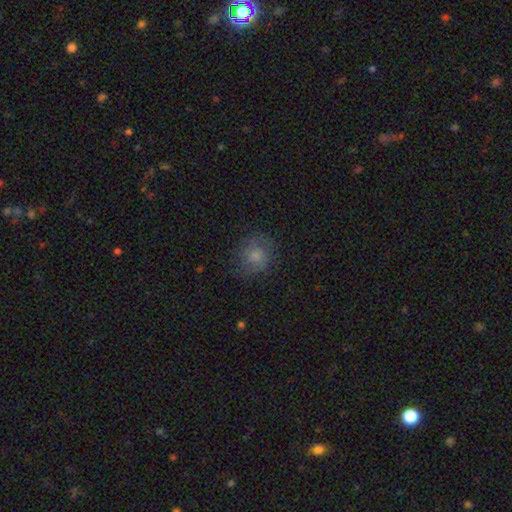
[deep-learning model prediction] A smooth galaxy with no disk features (74%) that is round (82%).

Vote fractions:
- Smooth or featured? smooth: 74% / featured or disk: 17% / star or artifact: 10%
- How rounded? round: 82% / in between: 17% / cigar-shaped: 1%
- Merging? none: 74% / minor disturbance: 18% / major disturbance: 7% / merger: 1%